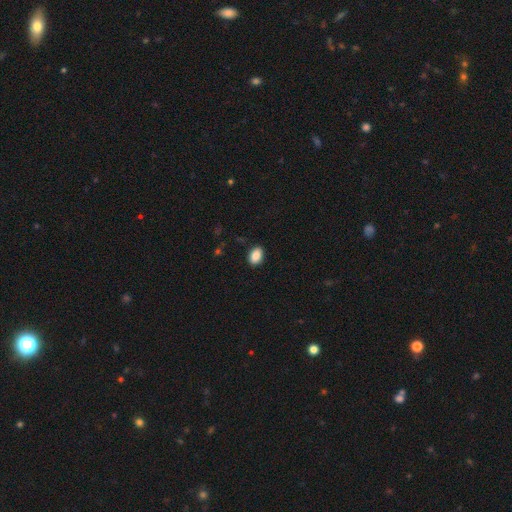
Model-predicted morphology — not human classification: Overall: smooth (88%). How rounded: in between (85%). Merging: none (89%).